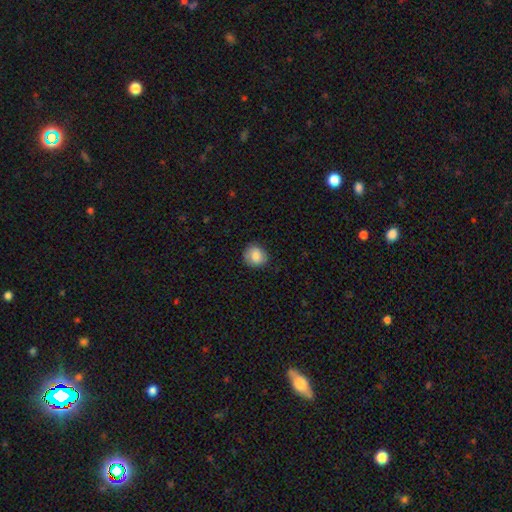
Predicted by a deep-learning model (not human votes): Overall: smooth (84%). How rounded: round (77%). Merging: none (82%).